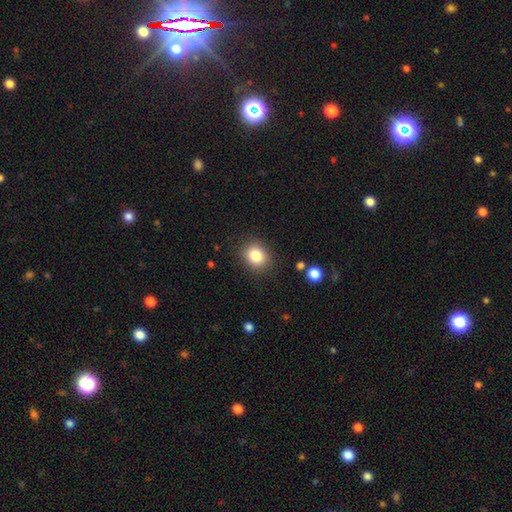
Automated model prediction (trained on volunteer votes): This is clearly a smooth galaxy (82%). How rounded: likely round (69%). Merging: clearly none (87%).